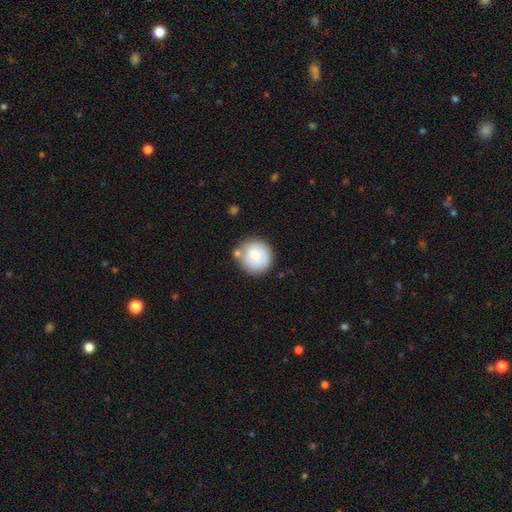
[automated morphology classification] Smooth or featured? Predicted: smooth (p=0.75). How rounded? Predicted: round (p=0.93). Merging? Predicted: none (p=0.72).